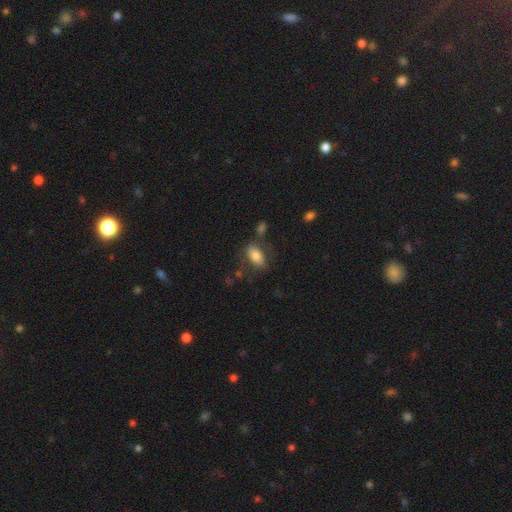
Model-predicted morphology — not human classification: The model was most divided on "merging": none: 58%, minor disturbance: 19%, major disturbance: 12%, merger: 11%. More confident: how rounded — in between (90%); smooth or featured — smooth (75%).